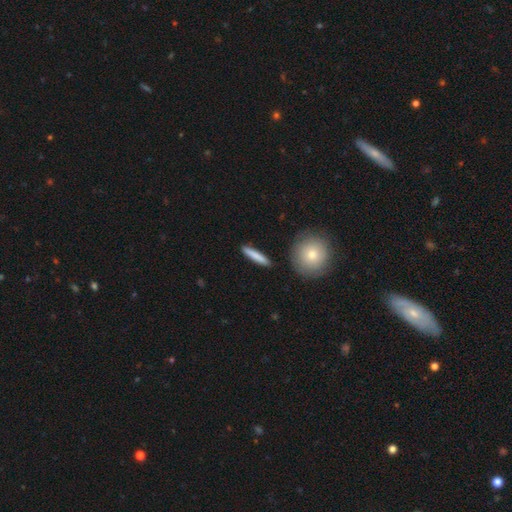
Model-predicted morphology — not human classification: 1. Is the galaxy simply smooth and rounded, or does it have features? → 80% smooth, 15% featured or disk, 5% star or artifact.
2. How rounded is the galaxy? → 90% cigar-shaped, 8% in between, 2% round.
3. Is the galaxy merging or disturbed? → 90% none, 6% minor disturbance, 2% merger, 2% major disturbance.